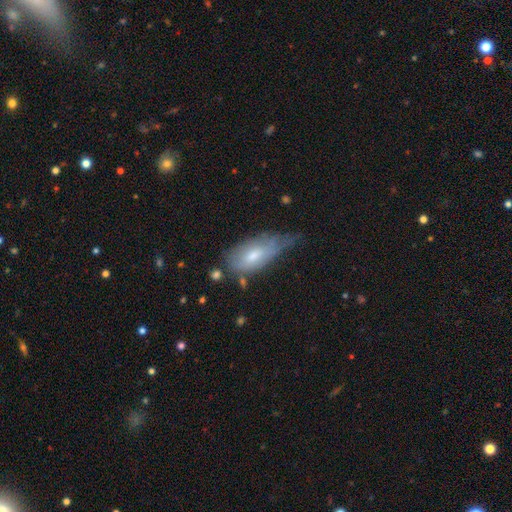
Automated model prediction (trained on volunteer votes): smooth 55%, featured or disk 35%, star or artifact 11%. Down the decision tree: how rounded — in between (80%); merging — minor disturbance (43%).